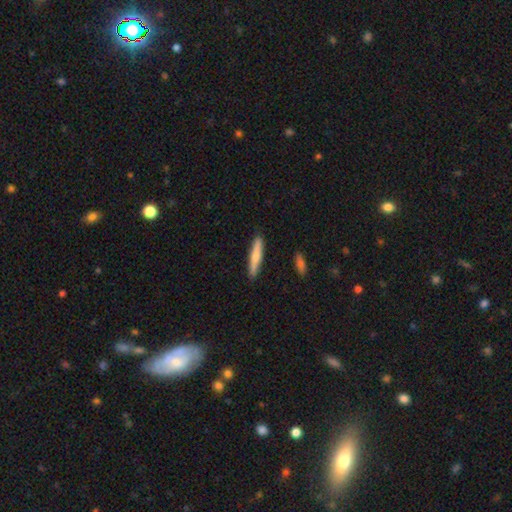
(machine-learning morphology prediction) This is likely a smooth galaxy (70%). How rounded: clearly cigar-shaped (91%). Merging: clearly none (89%).